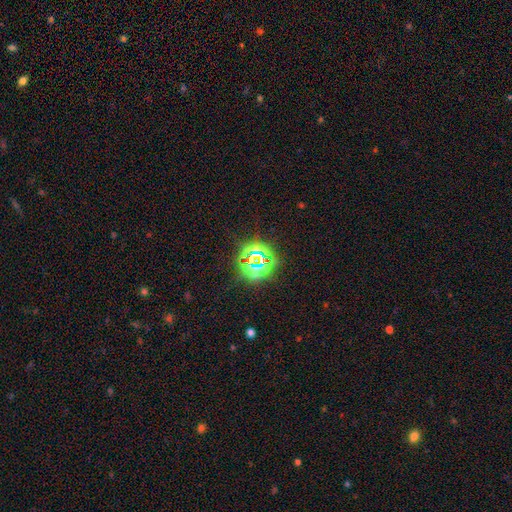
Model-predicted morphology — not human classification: This is likely a star or artifact rather than a galaxy (77%).